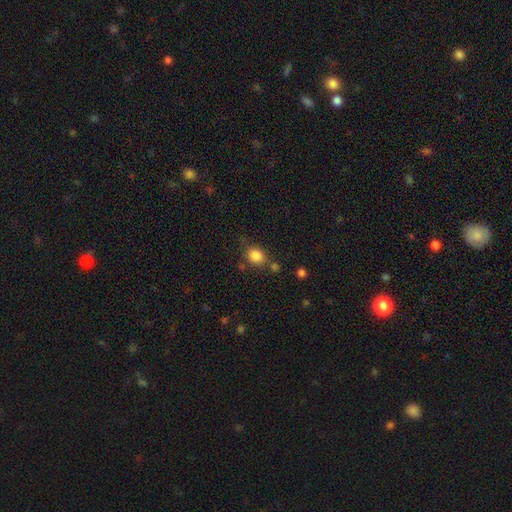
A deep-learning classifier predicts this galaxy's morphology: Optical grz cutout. It shows a smooth galaxy with no disk features (84%) that is round (59%). Merging: none (70%).